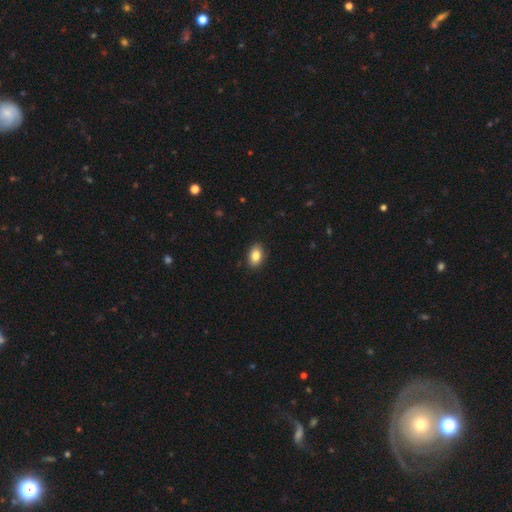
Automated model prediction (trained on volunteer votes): A smooth galaxy with no disk features (86%) that is in between round and cigar-shaped (88%). Merging: none (89%).